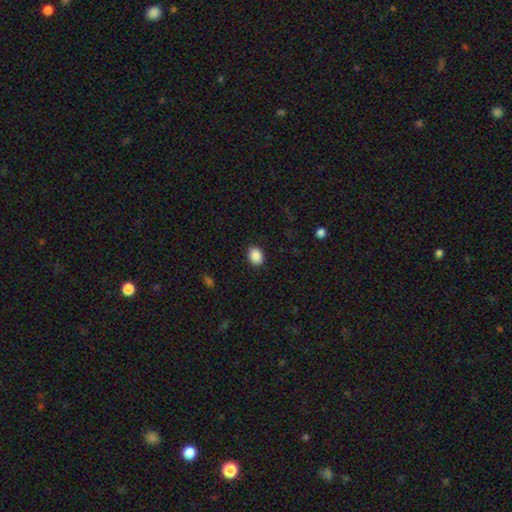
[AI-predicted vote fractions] smooth-or-featured: smooth: 90% | star or artifact: 8% | featured or disk: 2%
  how-rounded: in between: 64% | round: 35% | cigar-shaped: 1%
  merging: none: 88% | minor disturbance: 8% | major disturbance: 2% | merger: 1%